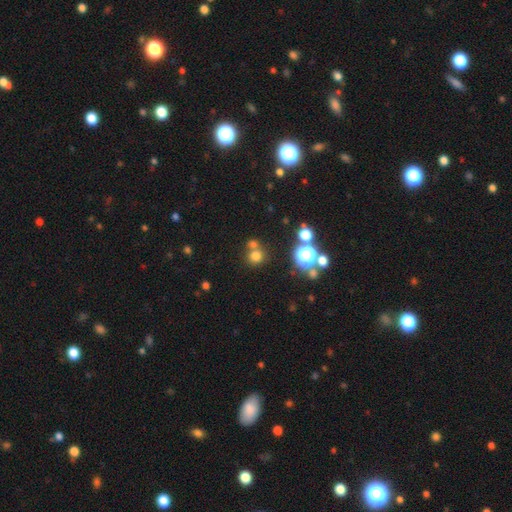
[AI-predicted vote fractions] A smooth galaxy with no disk features (69%) that is round (90%).

Vote fractions:
- Smooth or featured? smooth: 69% / star or artifact: 22% / featured or disk: 8%
- How rounded? round: 90% / in between: 9% / cigar-shaped: 1%
- Merging? none: 64% / merger: 25% / minor disturbance: 7% / major disturbance: 4%